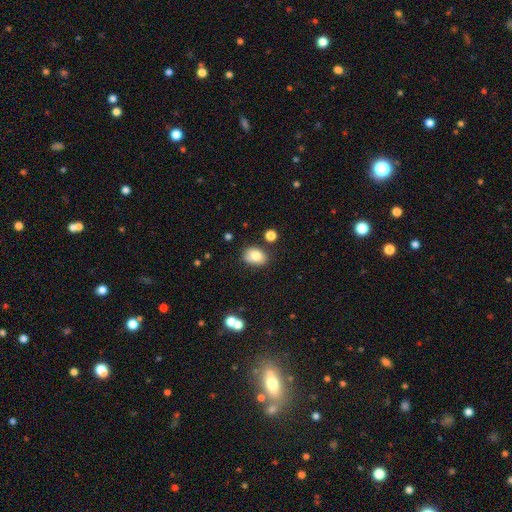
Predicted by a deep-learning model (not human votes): smooth_or_featured: smooth (p=0.80) [alt: featured or disk p=0.11]
how_rounded: in between (p=0.71) [alt: round p=0.28]
merging: none (p=0.71) [alt: minor disturbance p=0.18]